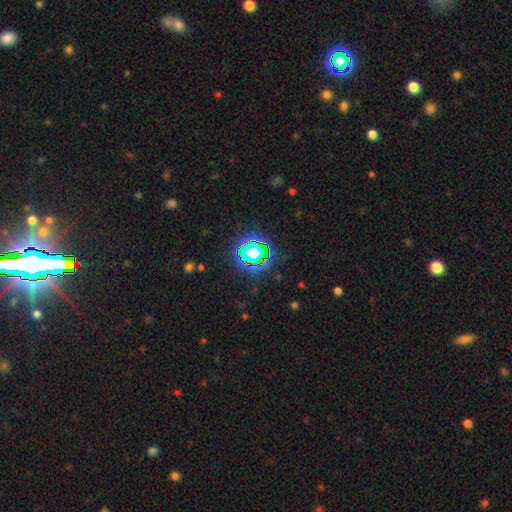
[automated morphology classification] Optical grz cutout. It shows a star or artifact, not a galaxy (70%).